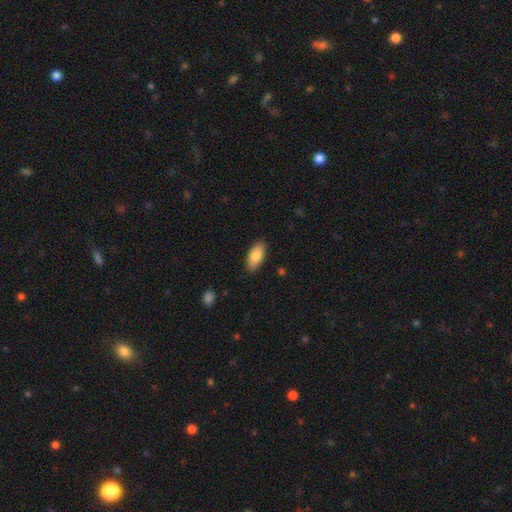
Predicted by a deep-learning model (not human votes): This appears to be a smooth galaxy with no disk features (84%) that is in between round and cigar-shaped (86%). Merging: none (87%).